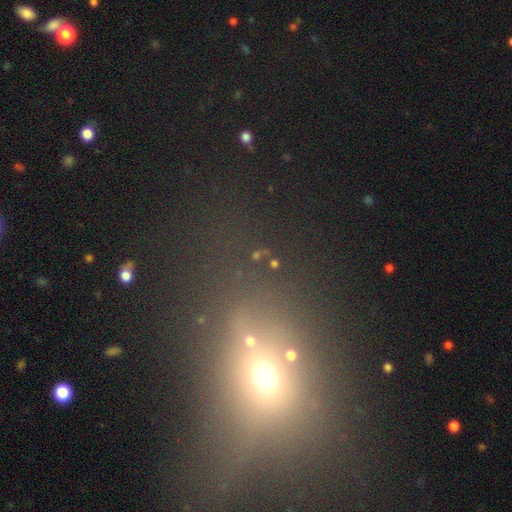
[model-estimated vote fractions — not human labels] smooth-or-featured: star or artifact: 51% | smooth: 35% | featured or disk: 14%